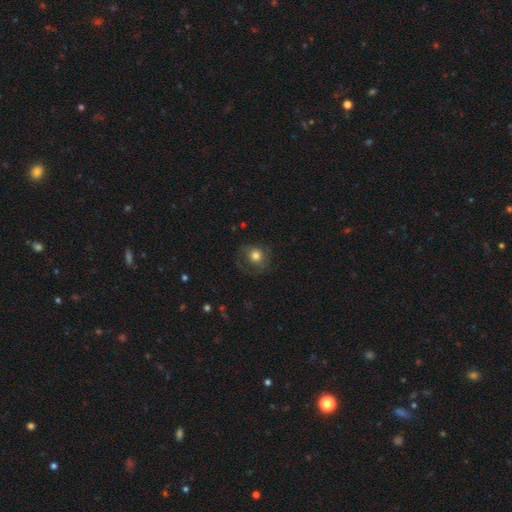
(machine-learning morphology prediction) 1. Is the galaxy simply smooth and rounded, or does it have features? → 74% smooth, 15% featured or disk, 11% star or artifact.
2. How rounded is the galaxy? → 86% round, 13% in between, 1% cigar-shaped.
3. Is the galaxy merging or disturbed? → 67% none, 18% minor disturbance, 13% major disturbance, 1% merger.